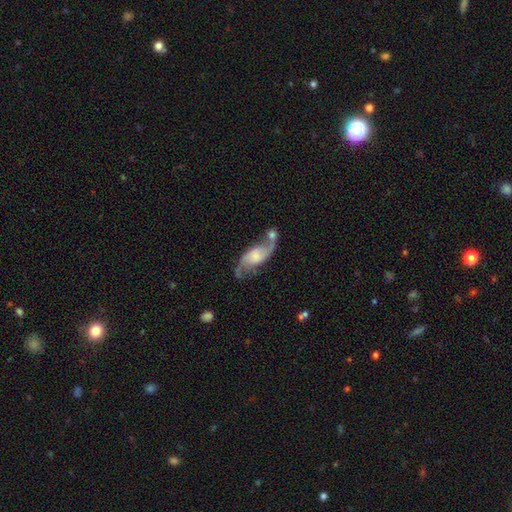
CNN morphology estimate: This appears to be a featured or disk galaxy (74%) with no bar (53%), 2 (88%) loose (71%) spiral arms (90%) and a small central bulge (31%). Merging: none (37%).